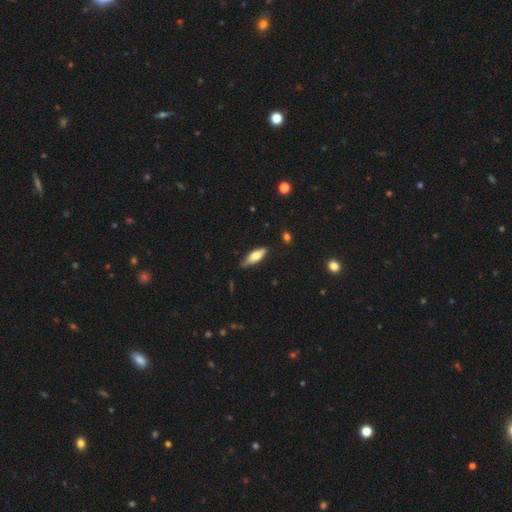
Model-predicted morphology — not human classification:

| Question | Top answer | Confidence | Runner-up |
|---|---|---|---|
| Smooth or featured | smooth | 69% | featured or disk (25%) |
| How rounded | in between | 61% | cigar-shaped (37%) |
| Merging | none | 76% | minor disturbance (19%) |